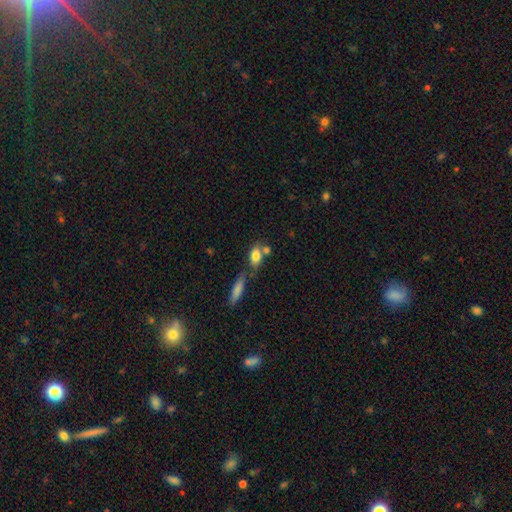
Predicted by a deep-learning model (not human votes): Morphology: type=smooth (78%); roundness=in between (78%); merging=none (48%).